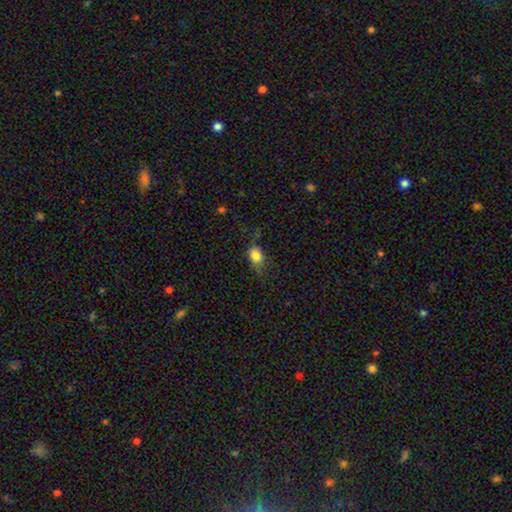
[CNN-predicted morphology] Overall: smooth (85%). How rounded: in between (75%). Merging: none (58%; minor disturbance 29%).